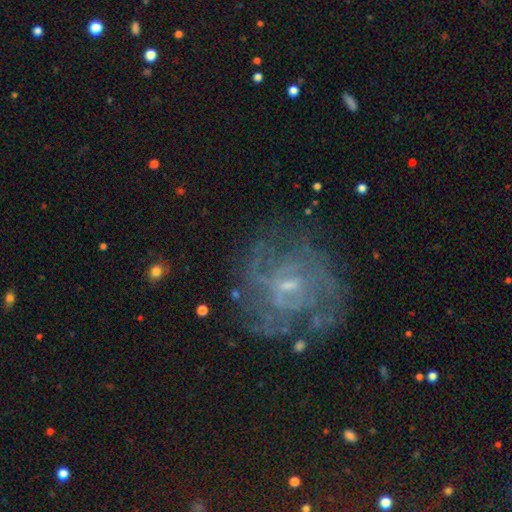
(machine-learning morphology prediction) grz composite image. It shows a featured or disk galaxy (76%) with a weak bar (50%), tight (53%) spiral arms (78%) and a small central bulge (65%). Merging: none (70%).